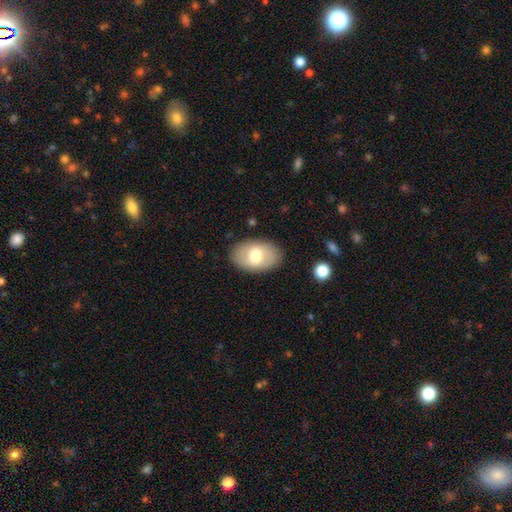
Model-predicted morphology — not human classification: Q: Smooth or featured?
A: smooth (66%); runner-up: featured or disk (27%)
Q: How rounded?
A: in between (89%); runner-up: round (10%)
Q: Merging?
A: none (85%); runner-up: minor disturbance (10%)